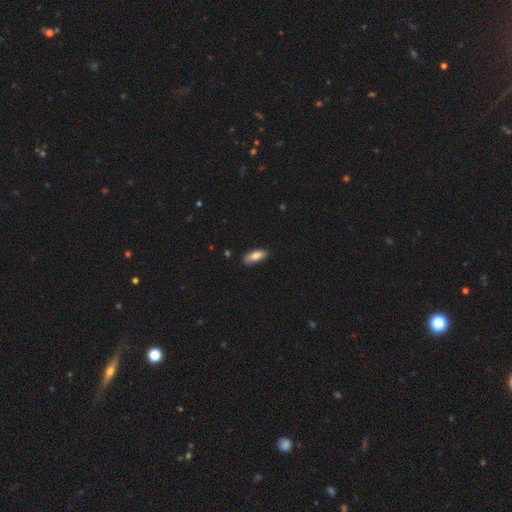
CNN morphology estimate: The model was most divided on "how rounded": in between: 78%, cigar-shaped: 20%, round: 2%. More confident: smooth or featured — smooth (81%); merging — none (79%).